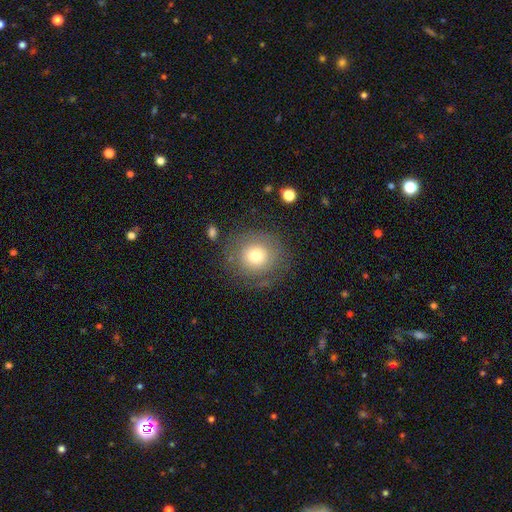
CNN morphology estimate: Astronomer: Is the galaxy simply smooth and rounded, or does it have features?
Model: smooth — 72%.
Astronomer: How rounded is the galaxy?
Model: round — 89%.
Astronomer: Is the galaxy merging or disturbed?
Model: none — 78%.